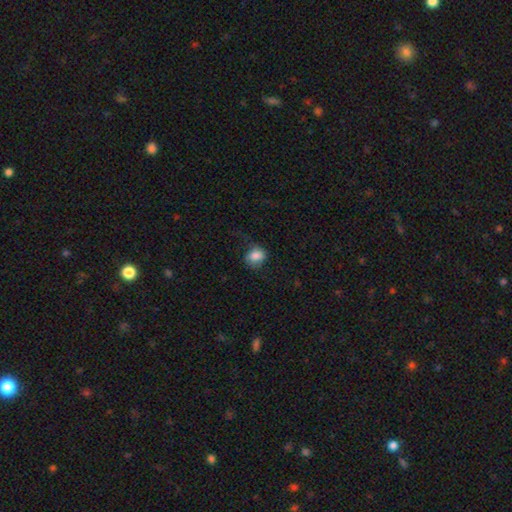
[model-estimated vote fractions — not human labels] This appears to be a smooth galaxy with no disk features (82%) that is round (57%). Merging: none (54%).